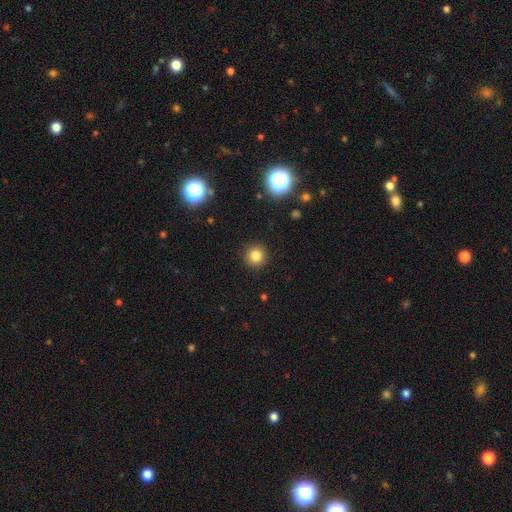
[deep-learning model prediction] Smooth or featured?
  - smooth: 82% *
  - star or artifact: 13%
  - featured or disk: 6%
How rounded?
  - round: 93% *
  - in between: 6%
  - cigar-shaped: 1%
Merging?
  - none: 91% *
  - minor disturbance: 6%
  - major disturbance: 2%
  - merger: 1%